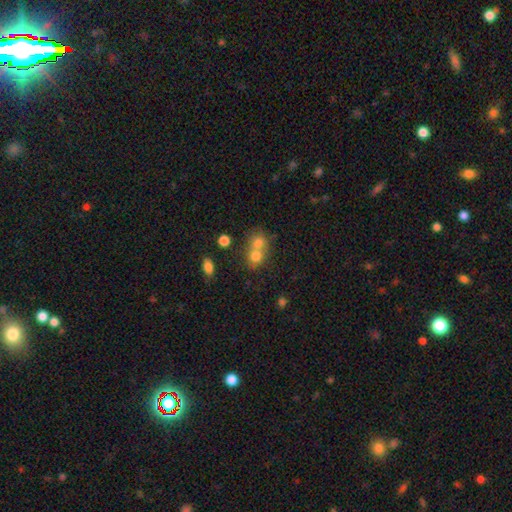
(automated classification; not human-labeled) This is likely a smooth galaxy (73%). How rounded: likely round (71%). Merging: likely merger (64%).